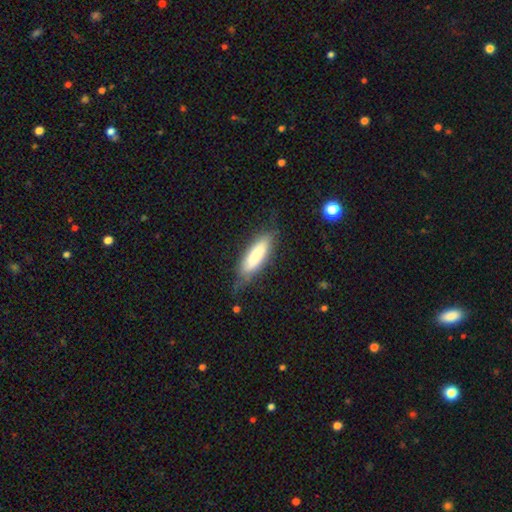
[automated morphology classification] Overall: smooth (76%). How rounded: in between (50%; cigar-shaped 48%). Merging: none (69%).